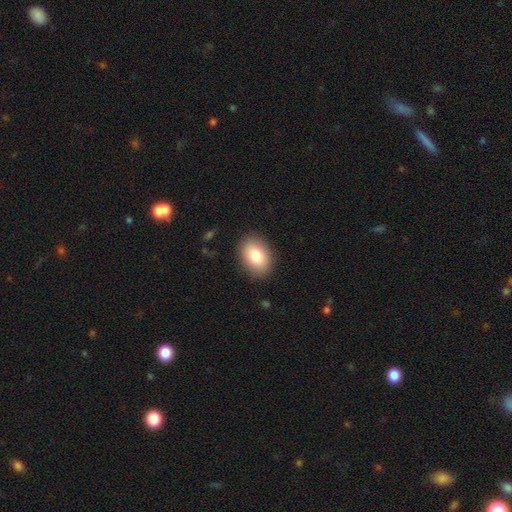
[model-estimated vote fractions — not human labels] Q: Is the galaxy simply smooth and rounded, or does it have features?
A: smooth — 82%.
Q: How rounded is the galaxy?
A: in between — 80%.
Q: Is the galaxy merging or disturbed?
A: none — 87%.